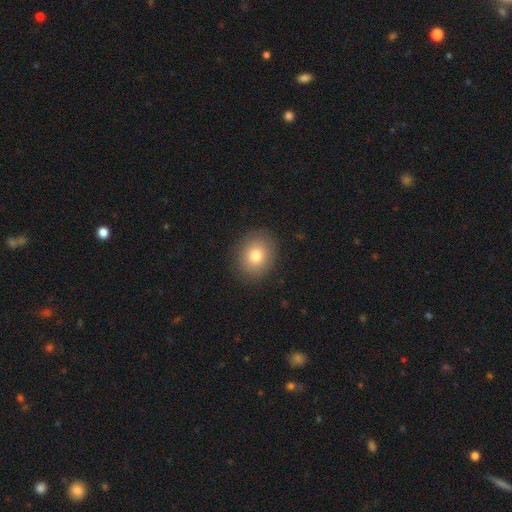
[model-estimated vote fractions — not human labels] smooth_or_featured: smooth (p=0.79) [alt: featured or disk p=0.11]
how_rounded: round (p=0.65) [alt: in between p=0.34]
merging: none (p=0.88) [alt: minor disturbance p=0.08]